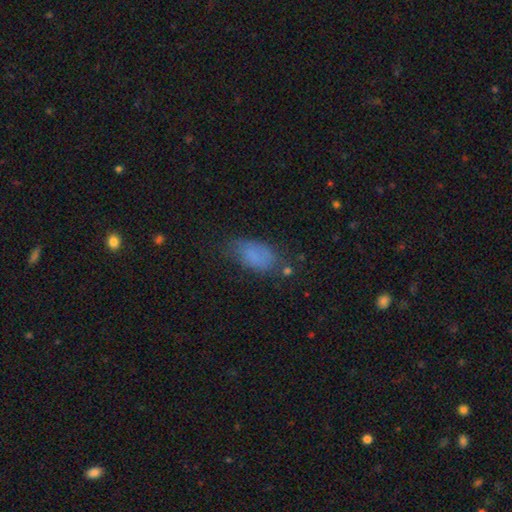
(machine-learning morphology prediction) smooth-or-featured: smooth: 75% | featured or disk: 14% | star or artifact: 11%
  how-rounded: in between: 90% | cigar-shaped: 5% | round: 4%
  merging: none: 55% | minor disturbance: 29% | major disturbance: 13% | merger: 4%